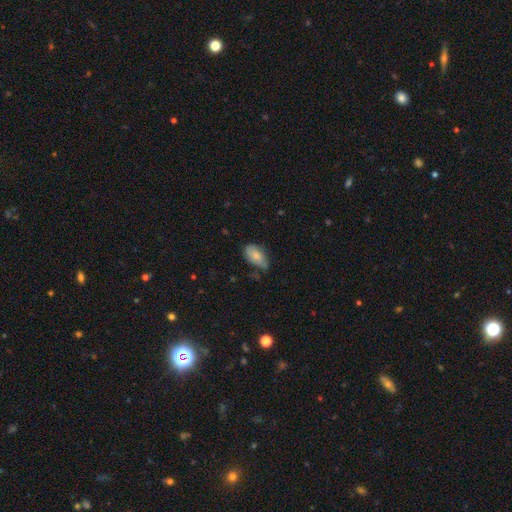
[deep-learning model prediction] This is likely a smooth galaxy (76%). How rounded: clearly in between (93%). Merging: possibly none (50%).